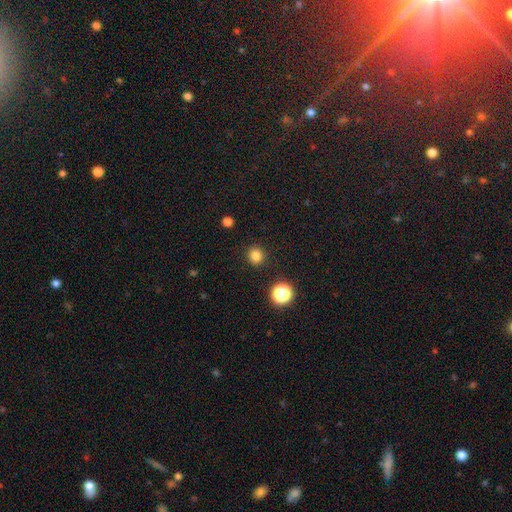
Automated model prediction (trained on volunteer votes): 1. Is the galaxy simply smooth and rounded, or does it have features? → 82% smooth, 14% star or artifact, 4% featured or disk.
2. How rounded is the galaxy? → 89% round, 10% in between, 1% cigar-shaped.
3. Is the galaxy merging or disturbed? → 91% none, 6% minor disturbance, 2% major disturbance, 1% merger.